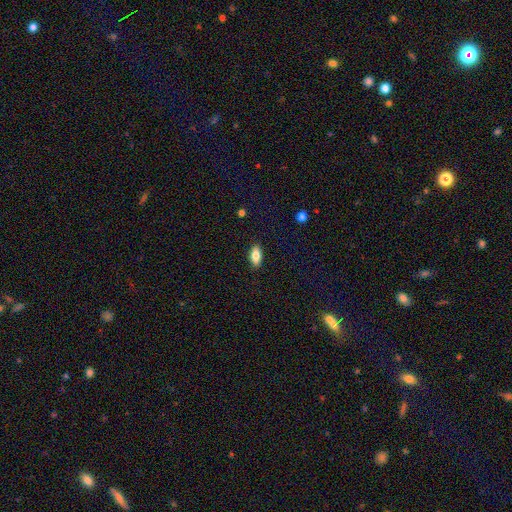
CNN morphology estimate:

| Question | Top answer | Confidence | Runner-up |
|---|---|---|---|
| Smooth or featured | smooth | 80% | featured or disk (13%) |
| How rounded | in between | 86% | cigar-shaped (11%) |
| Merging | none | 89% | minor disturbance (8%) |